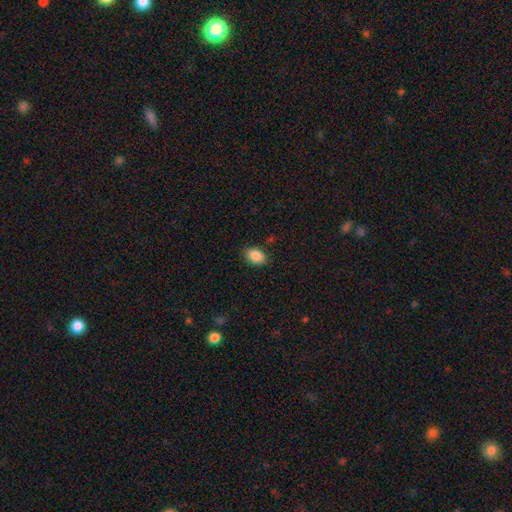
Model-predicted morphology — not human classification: A smooth galaxy with no disk features (88%) that is in between round and cigar-shaped (81%).

Vote fractions:
- Smooth or featured? smooth: 88% / star or artifact: 8% / featured or disk: 4%
- How rounded? in between: 81% / round: 18% / cigar-shaped: 1%
- Merging? none: 85% / minor disturbance: 11% / major disturbance: 2% / merger: 1%